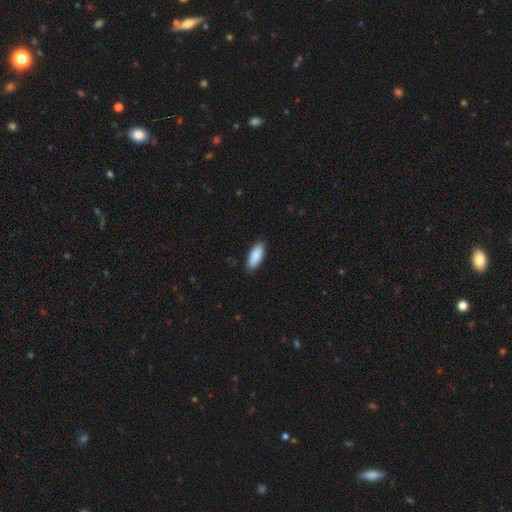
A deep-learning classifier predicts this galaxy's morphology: smooth-or-featured: smooth: 89% | star or artifact: 5% | featured or disk: 5%
  how-rounded: in between: 80% | cigar-shaped: 19% | round: 2%
  merging: none: 88% | minor disturbance: 9% | major disturbance: 2% | merger: 1%